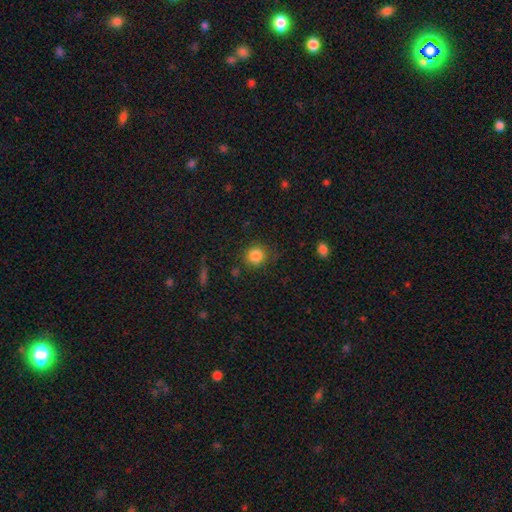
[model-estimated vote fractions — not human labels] Morphology: type=smooth (84%); roundness=round (88%); merging=none (82%).